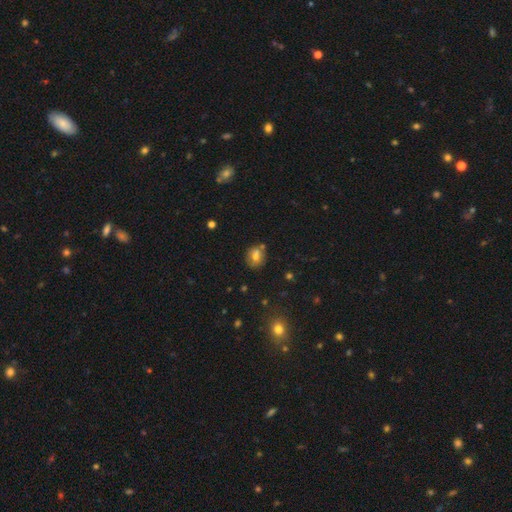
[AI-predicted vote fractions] Morphology: type=smooth (70%); roundness=round (59%); merging=none (65%).